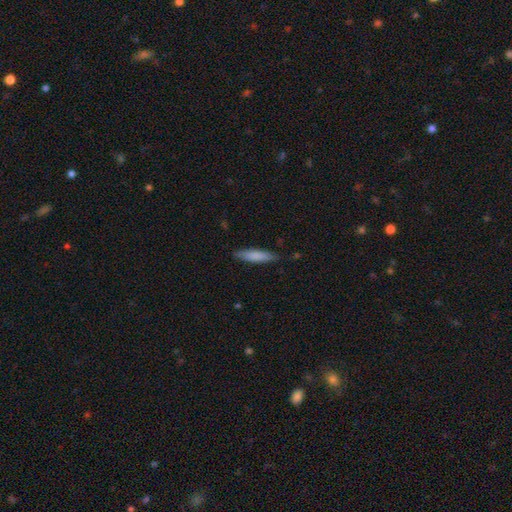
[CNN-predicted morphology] Q: Smooth or featured?
A: smooth (79%); runner-up: featured or disk (15%)
Q: How rounded?
A: cigar-shaped (79%); runner-up: in between (20%)
Q: Merging?
A: none (83%); runner-up: minor disturbance (14%)